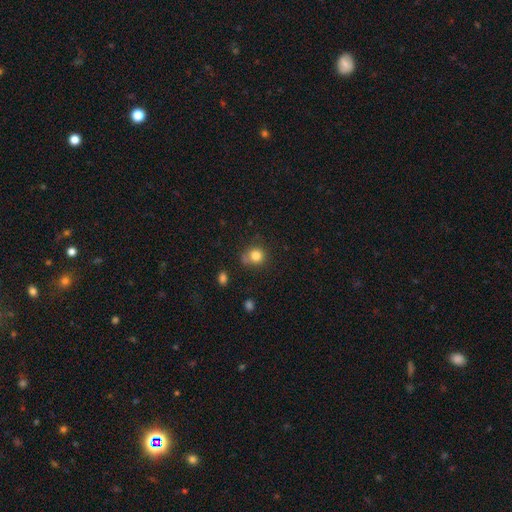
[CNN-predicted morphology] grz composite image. It shows a smooth galaxy with no disk features (82%) that is round (83%). Merging: none (62%).